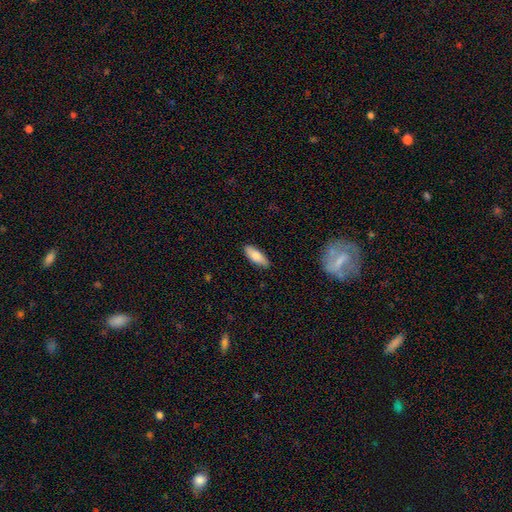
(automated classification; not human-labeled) smooth 83%, featured or disk 11%, star or artifact 6%. Down the decision tree: how rounded — in between (69%); merging — none (86%).